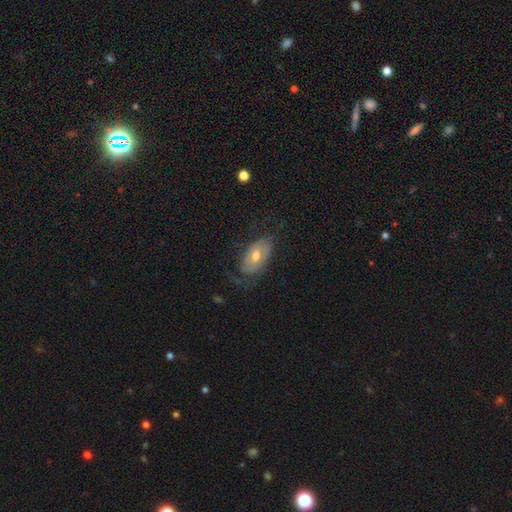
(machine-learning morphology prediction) A featured or disk galaxy (58%) with no bar (65%), spiral arms (68%) and a moderate central bulge (75%). Merging: none (57%).